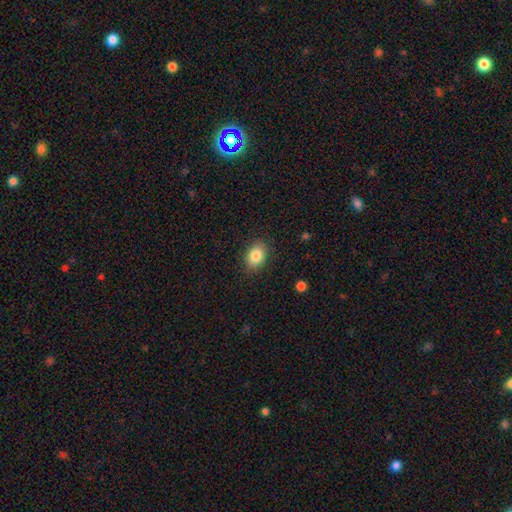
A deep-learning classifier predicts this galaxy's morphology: The model was most divided on "how rounded": in between: 75%, round: 24%, cigar-shaped: 1%. More confident: merging — none (86%); smooth or featured — smooth (84%).